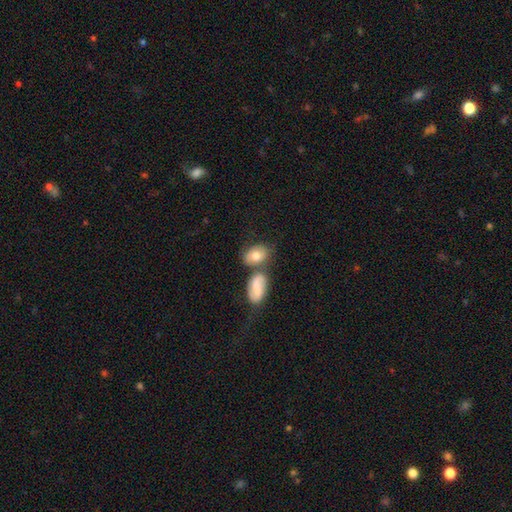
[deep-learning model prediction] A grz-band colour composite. It shows a smooth galaxy with no disk features (72%) that is in between round and cigar-shaped (82%). Merging: none (51%).